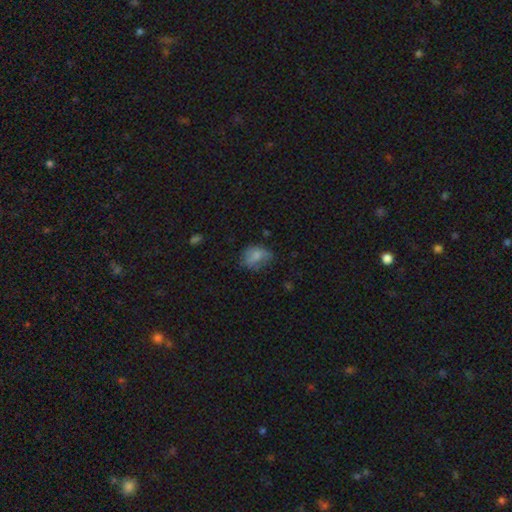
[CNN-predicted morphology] smooth 68%, featured or disk 22%, star or artifact 10%. Down the decision tree: how rounded — in between (59%); merging — none (51%).